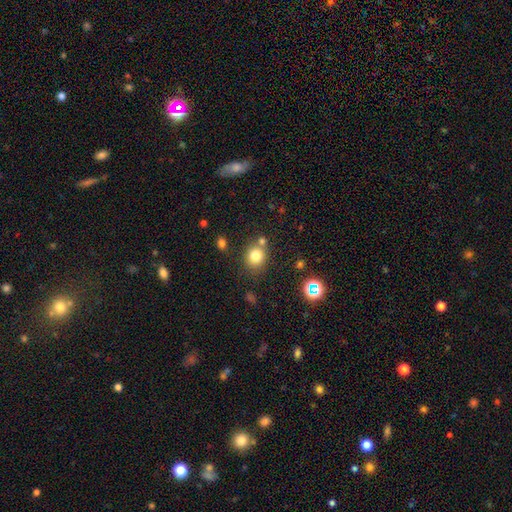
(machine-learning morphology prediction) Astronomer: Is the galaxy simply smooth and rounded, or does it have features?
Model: smooth — 79%.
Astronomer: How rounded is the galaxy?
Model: round — 74%.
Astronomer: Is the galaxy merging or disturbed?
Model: none — 71%.